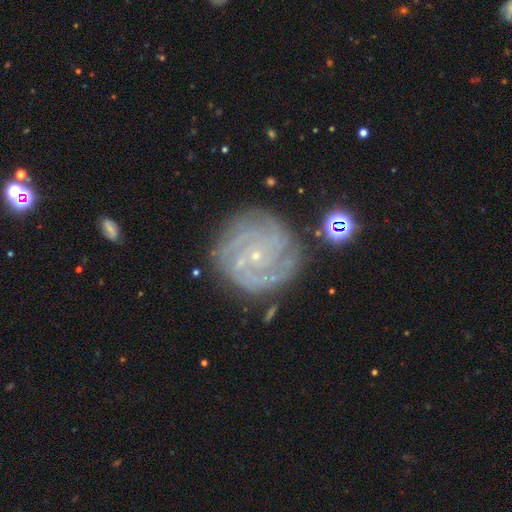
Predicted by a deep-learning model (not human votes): The model was most divided on "spiral arm count": 4: 30%, 3: 24%, can't tell: 16%, more than 4: 12%, 2: 11%, 1: 7%. More confident: spiral arms — yes (98%); edge-on disk — no (98%); bulge size — small (89%); smooth or featured — featured or disk (87%); merging — none (78%); bar — no (77%); spiral winding — tight (76%).